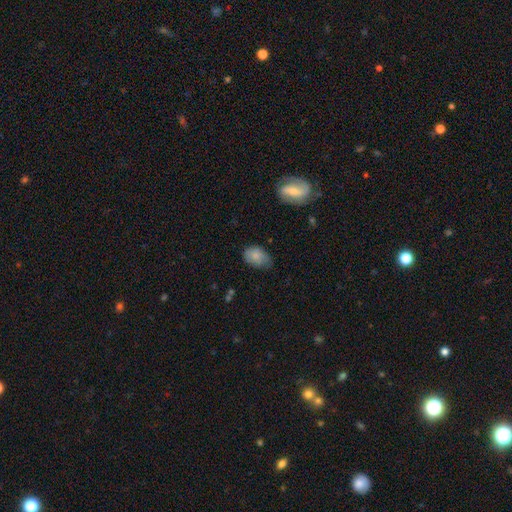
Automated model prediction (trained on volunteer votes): Smooth or featured? Predicted: smooth (p=0.79). How rounded? Predicted: in between (p=0.83). Merging? Predicted: none (p=0.54).